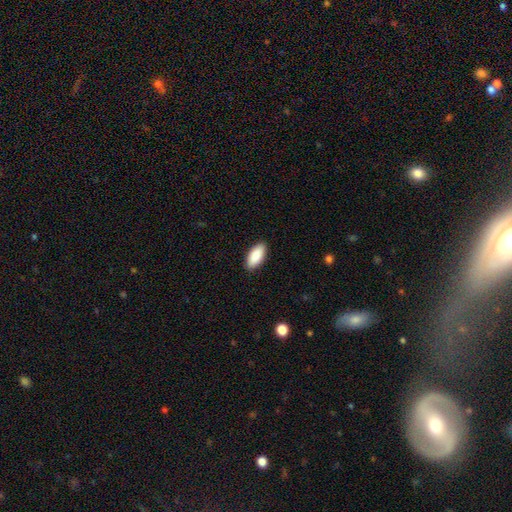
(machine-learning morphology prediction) The model was most divided on "how rounded": in between: 89%, cigar-shaped: 9%, round: 2%. More confident: smooth or featured — smooth (90%); merging — none (90%).